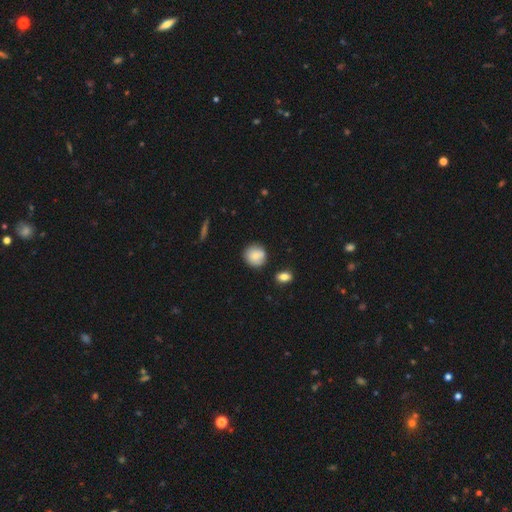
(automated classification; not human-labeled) Smooth or featured?
  - smooth: 77% *
  - featured or disk: 14%
  - star or artifact: 8%
How rounded?
  - round: 90% *
  - in between: 9%
  - cigar-shaped: 1%
Merging?
  - none: 78% *
  - minor disturbance: 13%
  - merger: 6%
  - major disturbance: 3%